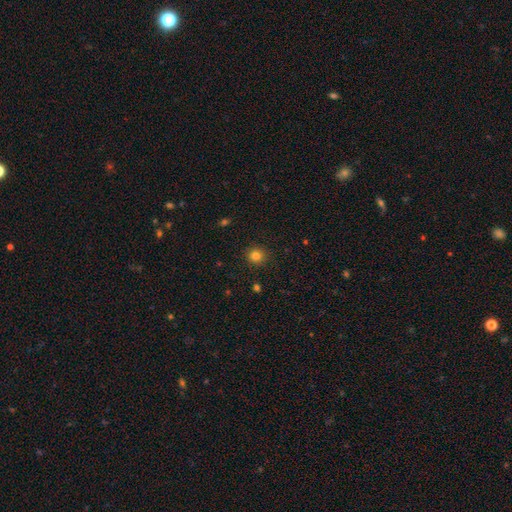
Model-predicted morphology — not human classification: smooth_or_featured: smooth (p=0.82) [alt: star or artifact p=0.13]
how_rounded: round (p=0.91) [alt: in between p=0.08]
merging: none (p=0.91) [alt: minor disturbance p=0.06]